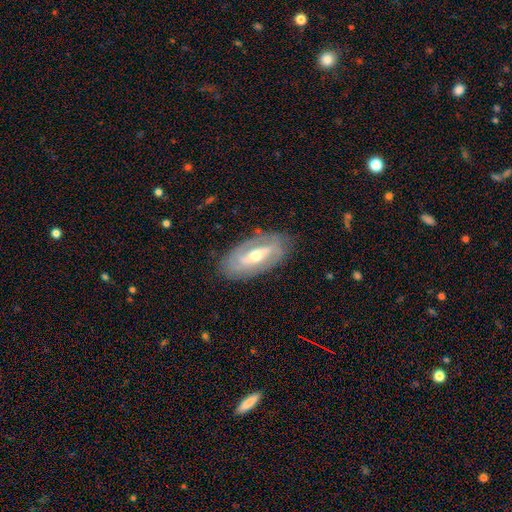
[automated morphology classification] Smooth or featured? Predicted: featured or disk (p=0.78). Edge-on disk? Predicted: no (p=0.89). Bar? Predicted: strong (p=0.37). Spiral arms? Predicted: yes (p=0.78). Spiral winding? Predicted: tight (p=0.48). Spiral arm count? Predicted: 2 (p=0.66). Bulge size? Predicted: moderate (p=0.62). Merging? Predicted: none (p=0.81).